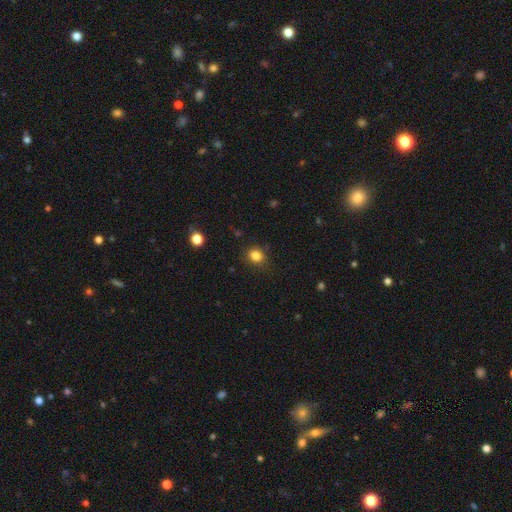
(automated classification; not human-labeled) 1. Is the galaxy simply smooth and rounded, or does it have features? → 83% smooth, 12% star or artifact, 5% featured or disk.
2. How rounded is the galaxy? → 64% round, 35% in between, 1% cigar-shaped.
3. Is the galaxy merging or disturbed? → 83% none, 12% minor disturbance, 3% major disturbance, 1% merger.